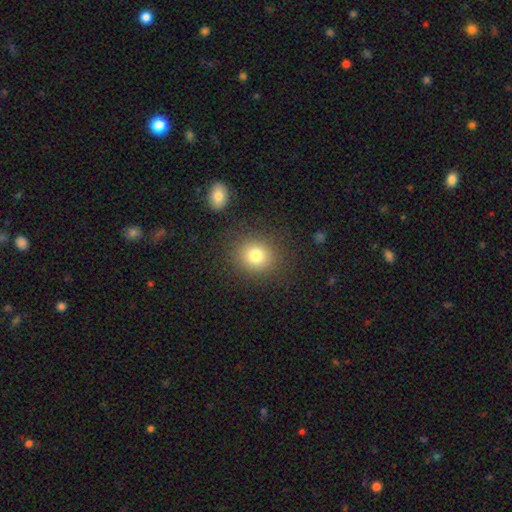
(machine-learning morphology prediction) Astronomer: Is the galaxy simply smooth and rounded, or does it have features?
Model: smooth — 79%.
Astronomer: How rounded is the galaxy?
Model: round — 79%.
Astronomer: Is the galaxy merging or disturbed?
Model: none — 85%.